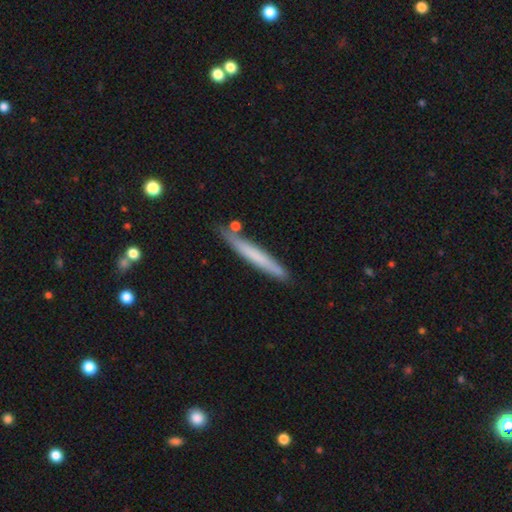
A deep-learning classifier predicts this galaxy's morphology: type=smooth (64%); roundness=cigar-shaped (96%); merging=none (83%).